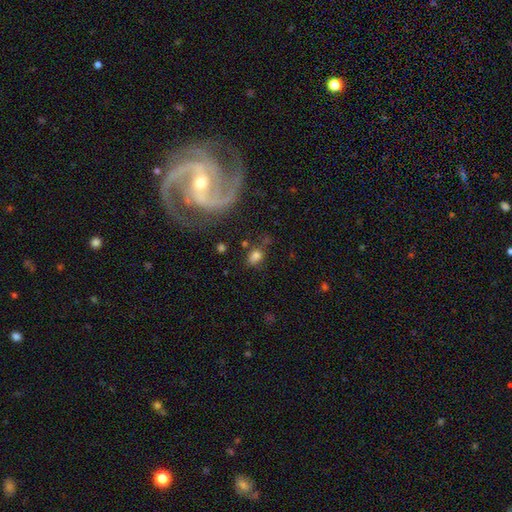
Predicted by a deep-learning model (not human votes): Morphology: type=smooth (72%); roundness=in between (72%); merging=none (60%).